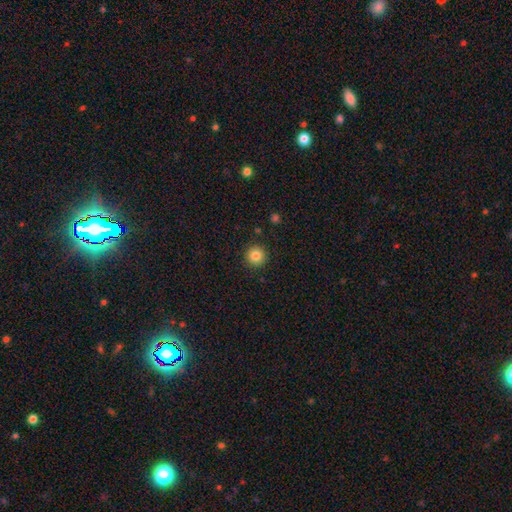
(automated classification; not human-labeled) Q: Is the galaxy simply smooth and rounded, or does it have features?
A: smooth — 84%.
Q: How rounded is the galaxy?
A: round — 96%.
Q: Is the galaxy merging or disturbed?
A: none — 92%.